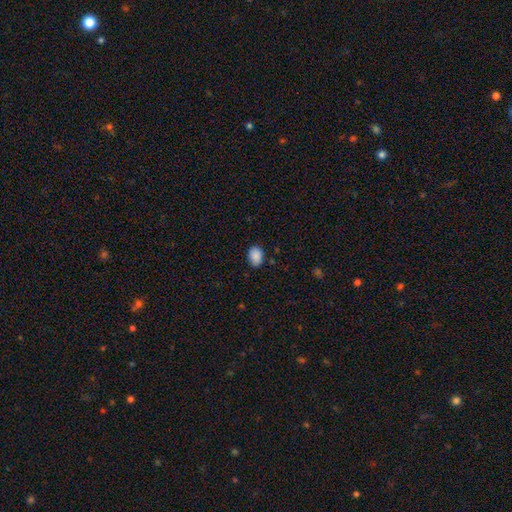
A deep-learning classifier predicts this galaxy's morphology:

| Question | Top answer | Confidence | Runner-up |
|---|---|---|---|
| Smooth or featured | smooth | 89% | star or artifact (8%) |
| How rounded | in between | 76% | round (23%) |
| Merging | none | 83% | minor disturbance (13%) |